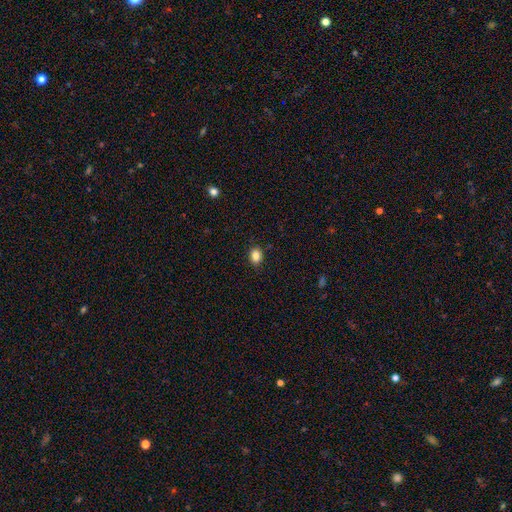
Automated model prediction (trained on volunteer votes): Smooth or featured? smooth (85%)
How rounded? in between (60%)
Merging? none (89%)